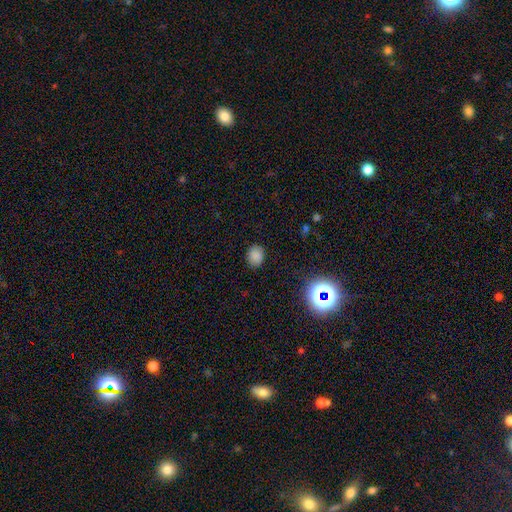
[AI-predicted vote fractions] Smooth or featured? smooth (82%)
How rounded? round (60%)
Merging? none (87%)